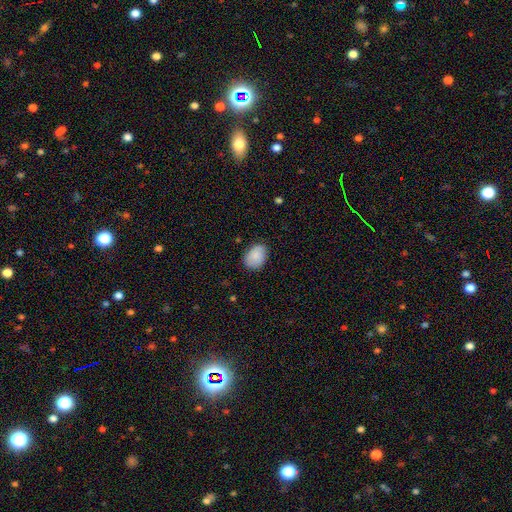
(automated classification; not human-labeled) Morphology: type=smooth (87%); roundness=in between (74%); merging=none (82%).